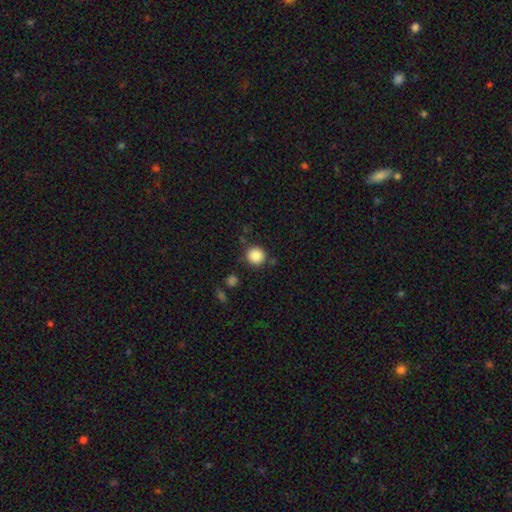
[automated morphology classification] smooth-or-featured: smooth: 87% | star or artifact: 9% | featured or disk: 4%
  how-rounded: round: 93% | in between: 7% | cigar-shaped: 1%
  merging: none: 84% | minor disturbance: 9% | merger: 4% | major disturbance: 3%